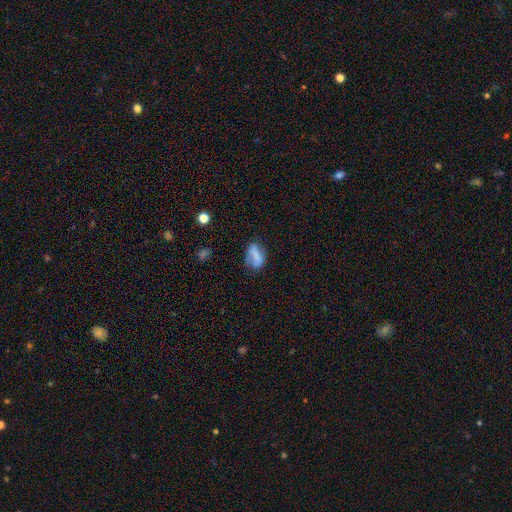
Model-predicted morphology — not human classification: This is likely a smooth galaxy (66%). How rounded: clearly in between (82%). Merging: possibly none (45%).